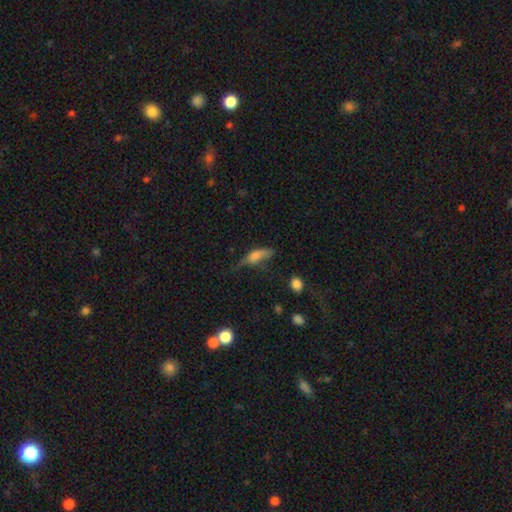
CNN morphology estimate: Smooth or featured? smooth (61%)
How rounded? in between (53%)
Merging? none (35%, tied with minor disturbance)